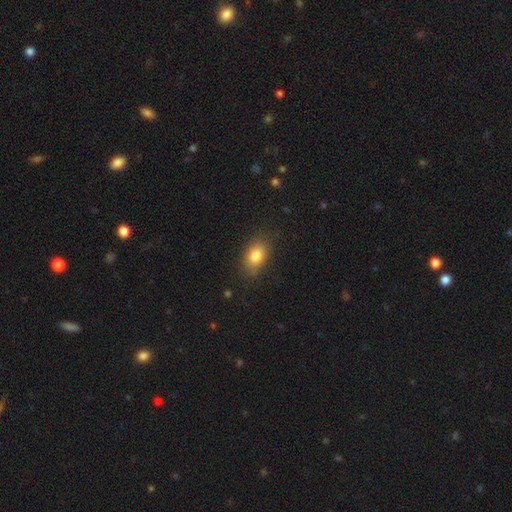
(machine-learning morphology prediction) A smooth galaxy with no disk features (83%) that is in between round and cigar-shaped (84%). Merging: none (81%).